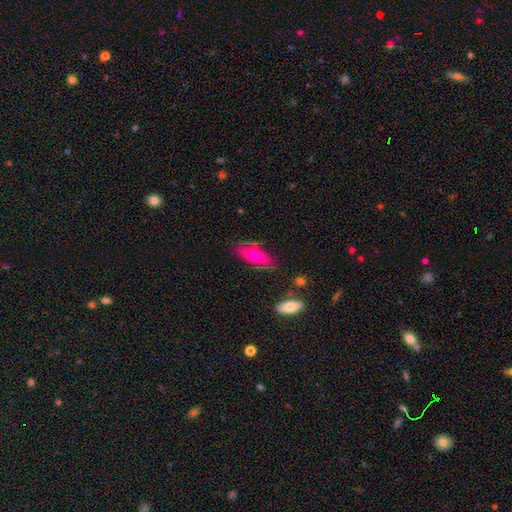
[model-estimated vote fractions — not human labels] The model was most divided on "smooth or featured": smooth: 58%, featured or disk: 35%, star or artifact: 7%. More confident: merging — none (73%); how rounded — in between (71%).